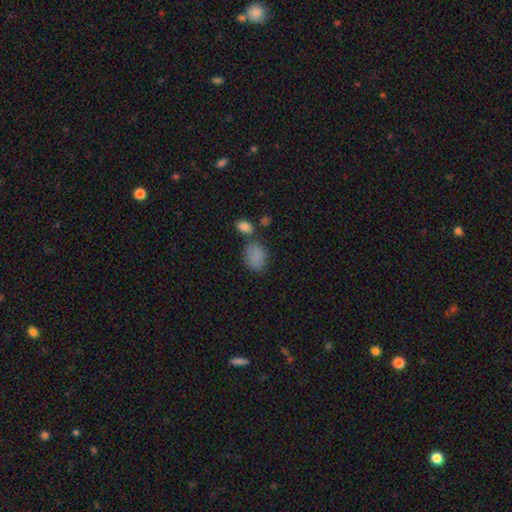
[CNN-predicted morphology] smooth 84%, star or artifact 10%, featured or disk 6%. Down the decision tree: how rounded — in between (77%); merging — none (55%).